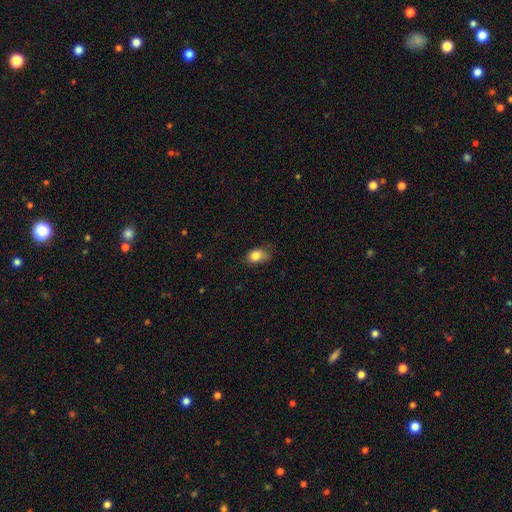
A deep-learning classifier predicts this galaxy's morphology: A smooth galaxy with no disk features (83%) that is in between round and cigar-shaped (70%).

Vote fractions:
- Smooth or featured? smooth: 83% / star or artifact: 9% / featured or disk: 7%
- How rounded? in between: 70% / round: 29% / cigar-shaped: 2%
- Merging? none: 63% / minor disturbance: 28% / major disturbance: 8% / merger: 1%